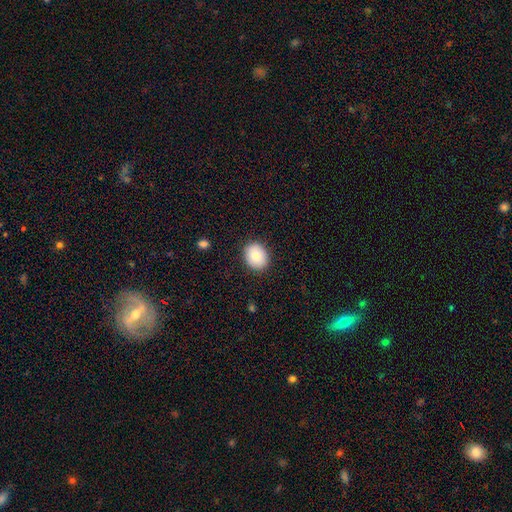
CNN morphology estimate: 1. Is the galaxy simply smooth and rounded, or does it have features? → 82% smooth, 11% featured or disk, 8% star or artifact.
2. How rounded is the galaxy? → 56% round, 43% in between, 1% cigar-shaped.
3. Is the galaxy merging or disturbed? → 88% none, 9% minor disturbance, 2% major disturbance, 1% merger.